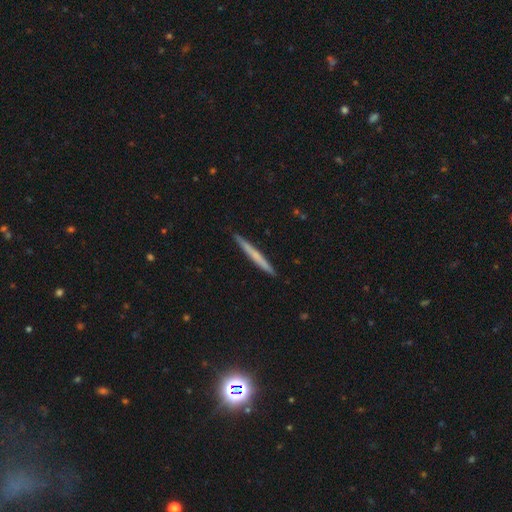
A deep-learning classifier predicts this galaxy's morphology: type=smooth (55%); roundness=cigar-shaped (97%); merging=none (91%).